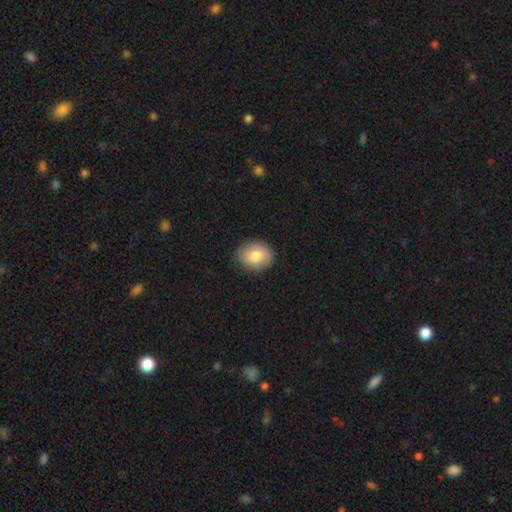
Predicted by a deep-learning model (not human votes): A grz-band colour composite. It shows a smooth galaxy with no disk features (78%) that is round (61%). Merging: none (86%).